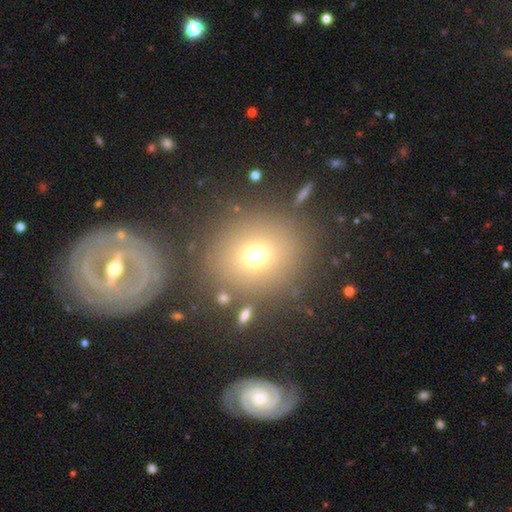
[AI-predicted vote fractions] Smooth or featured?
  - smooth: 61% *
  - featured or disk: 24%
  - star or artifact: 15%
How rounded?
  - round: 79% *
  - in between: 20%
  - cigar-shaped: 1%
Merging?
  - none: 74% *
  - minor disturbance: 11%
  - merger: 9%
  - major disturbance: 5%